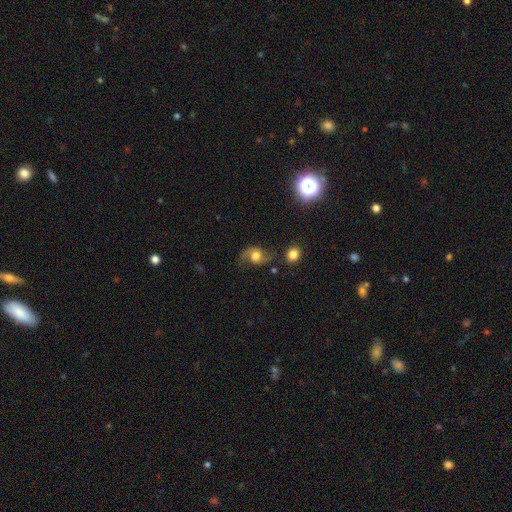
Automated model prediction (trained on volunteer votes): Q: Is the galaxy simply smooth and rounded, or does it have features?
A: featured or disk — 56%.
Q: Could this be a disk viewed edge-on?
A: no — 96%.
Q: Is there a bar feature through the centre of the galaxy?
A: no — 68%.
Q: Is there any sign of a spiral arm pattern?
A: yes — 88%.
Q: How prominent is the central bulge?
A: moderate — 51%.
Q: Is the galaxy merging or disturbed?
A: none — 60%.